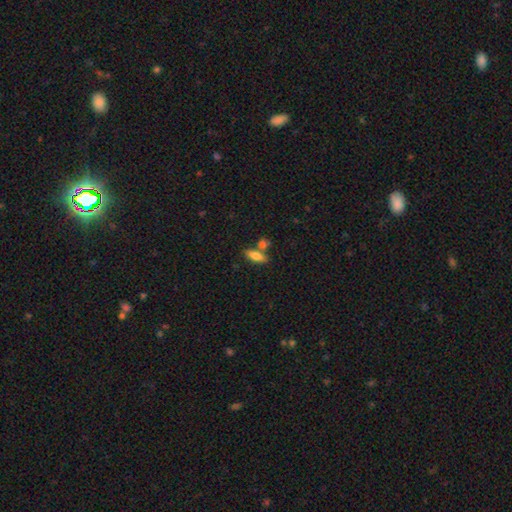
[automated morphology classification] Smooth or featured? smooth (78%)
How rounded? in between (65%)
Merging? none (61%)